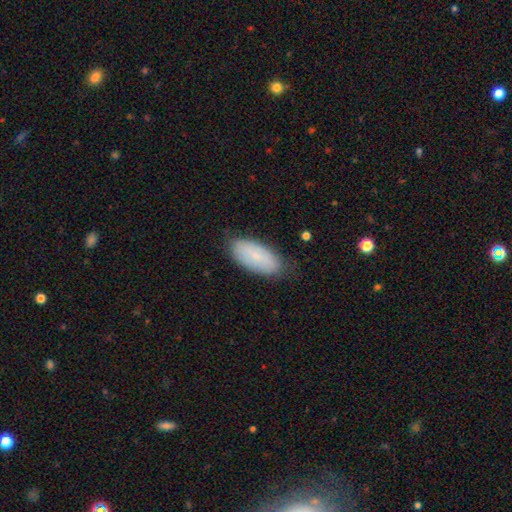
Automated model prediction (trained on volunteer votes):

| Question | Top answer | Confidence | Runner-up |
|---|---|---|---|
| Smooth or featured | smooth | 74% | featured or disk (19%) |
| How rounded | in between | 91% | cigar-shaped (7%) |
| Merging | none | 77% | minor disturbance (18%) |